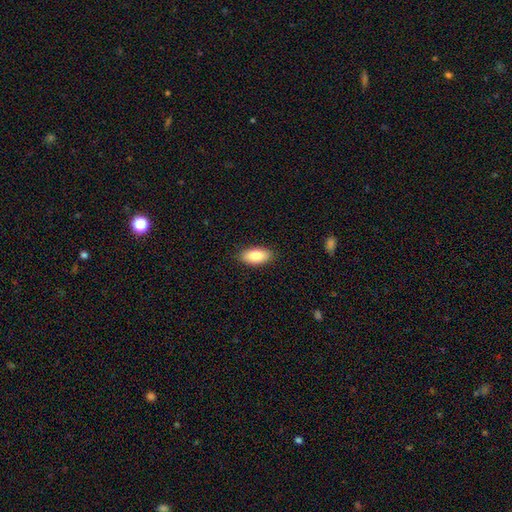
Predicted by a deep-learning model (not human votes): smooth_or_featured: smooth (p=0.83) [alt: featured or disk p=0.10]
how_rounded: in between (p=0.92) [alt: cigar-shaped p=0.05]
merging: none (p=0.89) [alt: minor disturbance p=0.09]